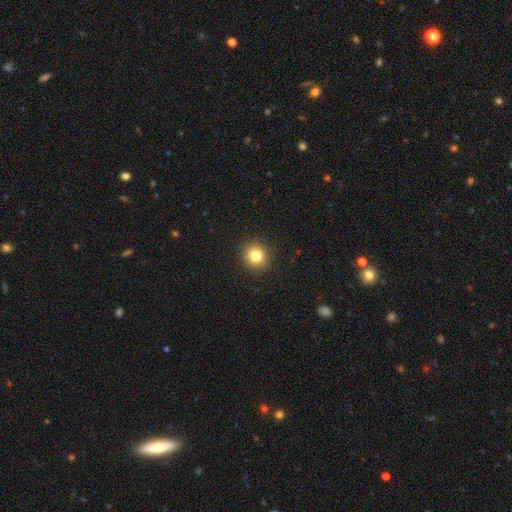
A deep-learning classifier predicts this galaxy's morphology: smooth 82%, star or artifact 12%, featured or disk 7%. Down the decision tree: how rounded — round (93%); merging — none (93%).